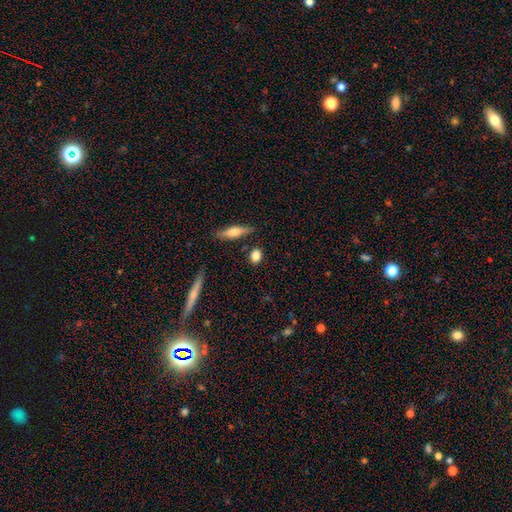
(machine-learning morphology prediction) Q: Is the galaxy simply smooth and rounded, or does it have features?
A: smooth — 83%.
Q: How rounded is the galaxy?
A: in between — 48%.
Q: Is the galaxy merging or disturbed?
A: none — 82%.